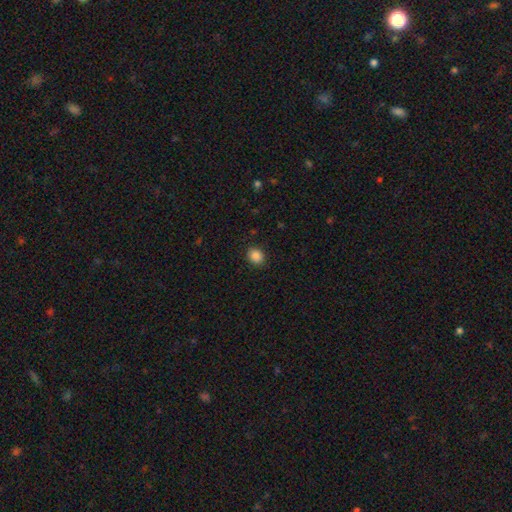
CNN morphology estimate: This appears to be a smooth galaxy with no disk features (86%) that is round (65%). Merging: none (90%).